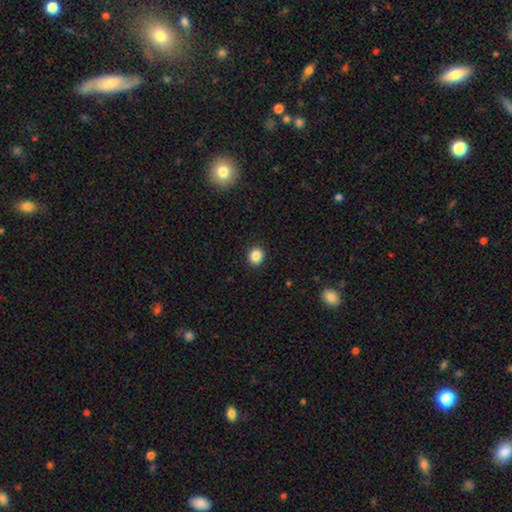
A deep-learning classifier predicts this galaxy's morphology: smooth_or_featured: smooth (p=0.86) [alt: star or artifact p=0.10]
how_rounded: round (p=0.81) [alt: in between p=0.18]
merging: none (p=0.92) [alt: minor disturbance p=0.06]